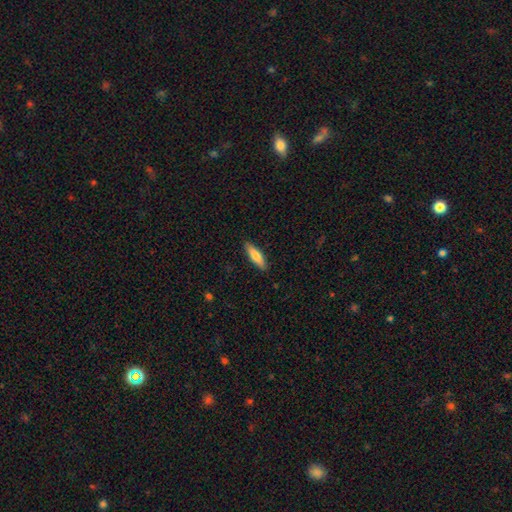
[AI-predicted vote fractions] smooth 74%, featured or disk 20%, star or artifact 6%. Down the decision tree: how rounded — cigar-shaped (64%); merging — none (89%).